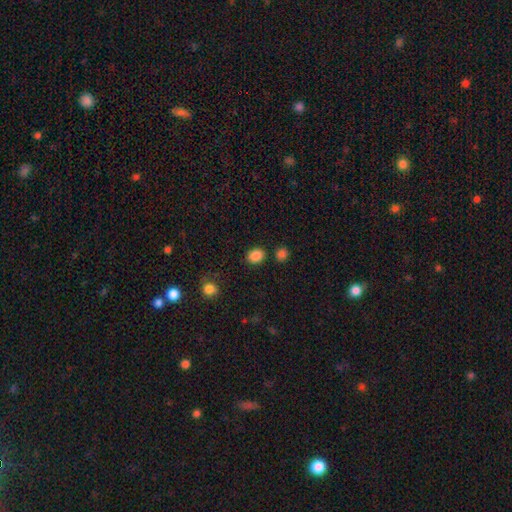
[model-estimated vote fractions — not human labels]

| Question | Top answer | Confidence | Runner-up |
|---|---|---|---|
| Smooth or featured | smooth | 87% | star or artifact (10%) |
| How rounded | round | 50% | in between (49%) |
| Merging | none | 83% | minor disturbance (9%) |